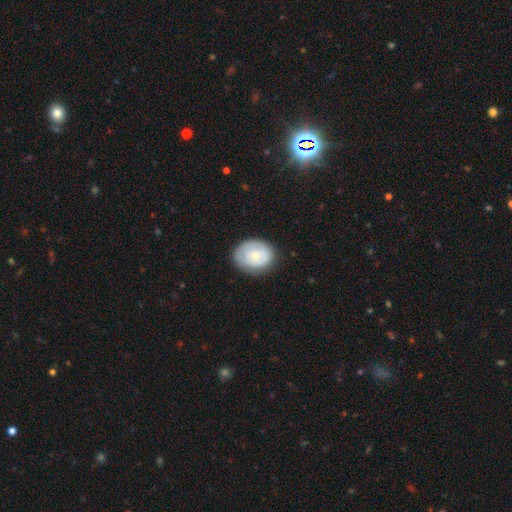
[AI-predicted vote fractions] Smooth or featured? Predicted: smooth (p=0.62). How rounded? Predicted: round (p=0.52). Merging? Predicted: none (p=0.77).